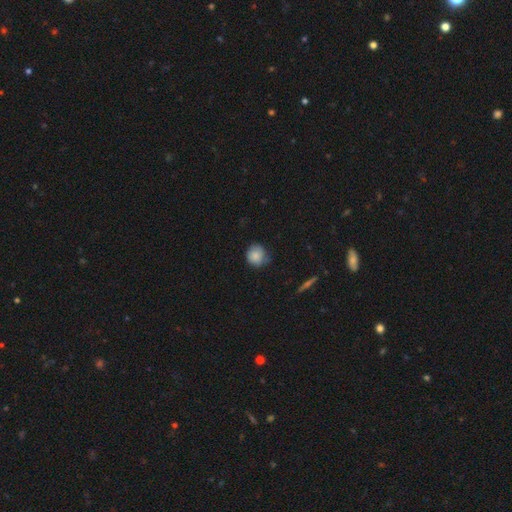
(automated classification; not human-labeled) smooth_or_featured: smooth (p=0.82) [alt: featured or disk p=0.10]
how_rounded: round (p=0.86) [alt: in between p=0.13]
merging: none (p=0.62) [alt: minor disturbance p=0.31]